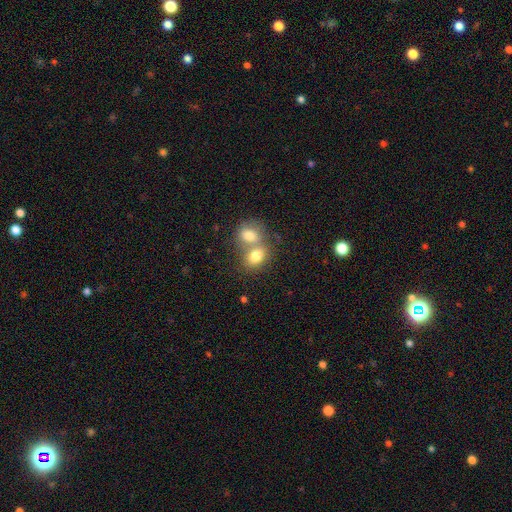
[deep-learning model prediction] This is likely a smooth galaxy (77%). How rounded: possibly in between (56%). Merging: likely merger (65%).